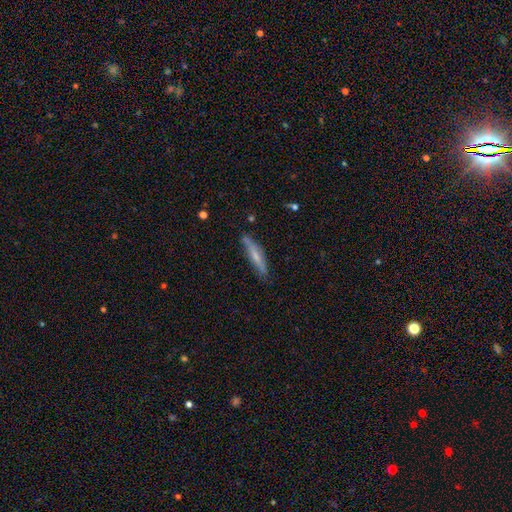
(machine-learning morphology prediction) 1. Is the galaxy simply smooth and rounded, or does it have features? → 49% smooth, 44% featured or disk, 7% star or artifact.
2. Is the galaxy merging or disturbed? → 78% none, 16% minor disturbance, 3% major disturbance, 3% merger.